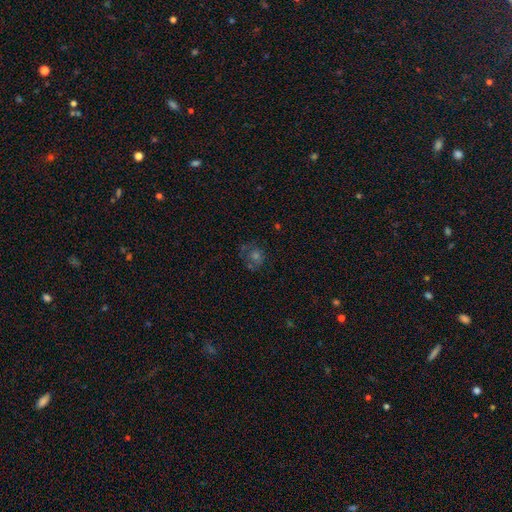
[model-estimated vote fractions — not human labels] Smooth or featured: smooth — 39% (featured or disk — 35%)
Merging: none — 67% (minor disturbance — 18%)